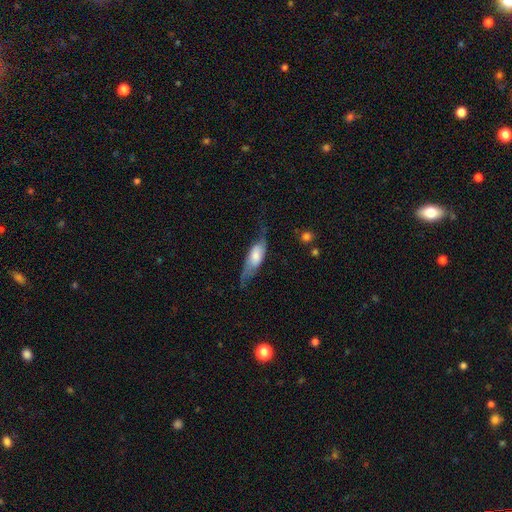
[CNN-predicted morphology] The model was most divided on "smooth or featured": featured or disk: 48%, smooth: 45%, star or artifact: 7%. Remaining: merging — none (47%).